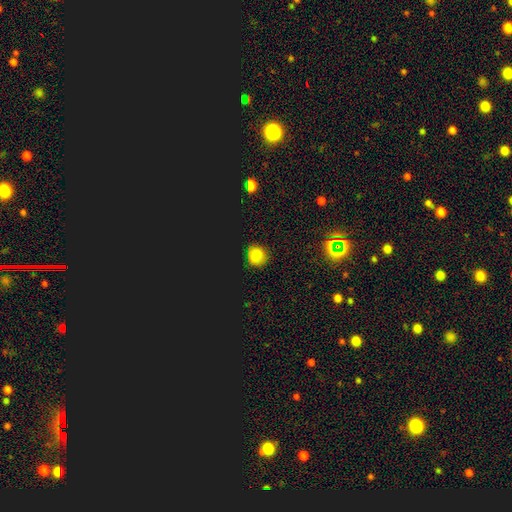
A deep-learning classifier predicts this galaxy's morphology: type=smooth (71%); roundness=round (86%); merging=none (85%).